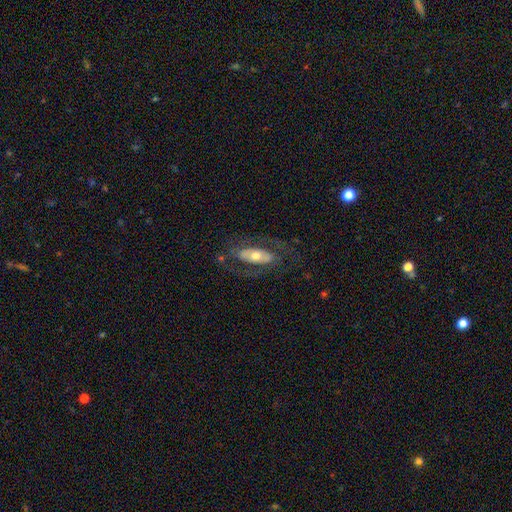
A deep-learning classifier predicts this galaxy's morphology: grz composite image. It shows a featured or disk galaxy (59%). Merging: none (69%).